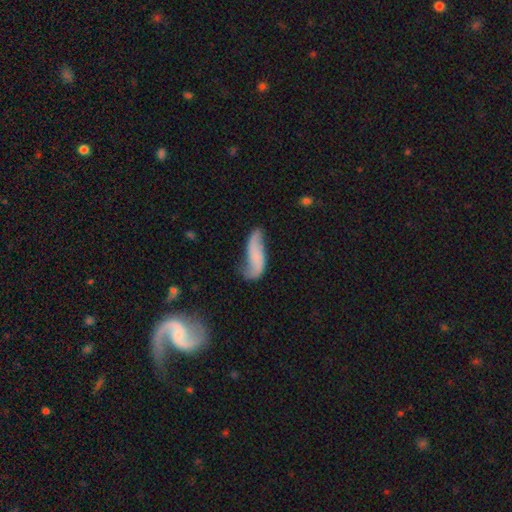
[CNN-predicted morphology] Smooth or featured? Predicted: featured or disk (p=0.61). Edge-on disk? Predicted: no (p=0.91). Bar? Predicted: no (p=0.62). Spiral arms? Predicted: yes (p=0.89). Bulge size? Predicted: none (p=0.61). Merging? Predicted: none (p=0.52).